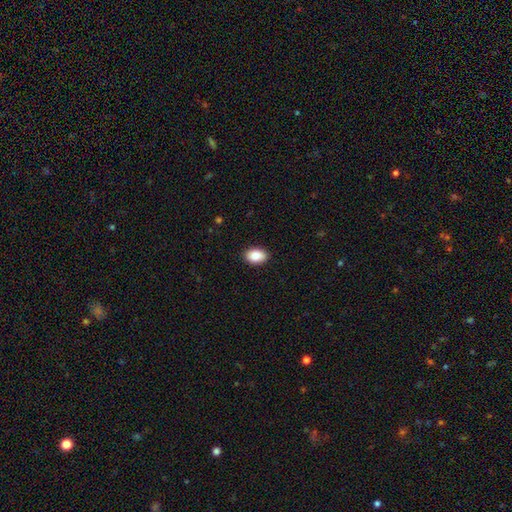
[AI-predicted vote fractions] smooth 88%, star or artifact 7%, featured or disk 4%. Down the decision tree: how rounded — in between (86%); merging — none (89%).